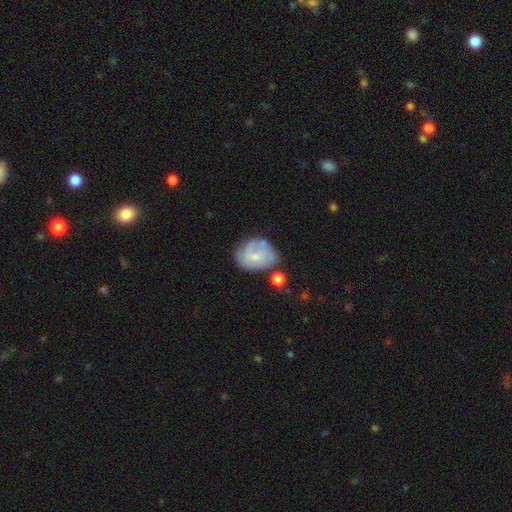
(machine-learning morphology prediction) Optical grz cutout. It shows a featured or disk galaxy (47%). Merging: none (47%).